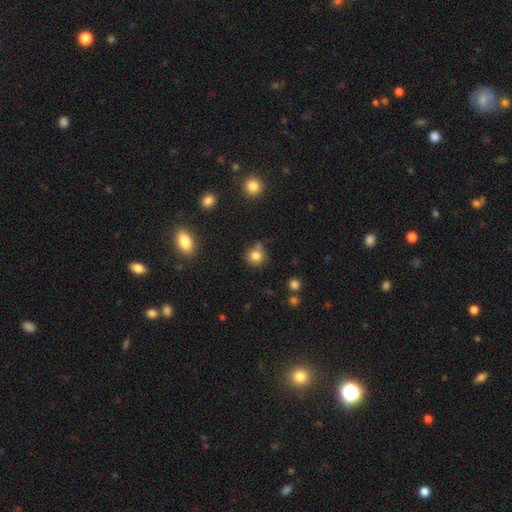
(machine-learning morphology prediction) Smooth or featured? smooth (79%)
How rounded? round (87%)
Merging? none (66%)